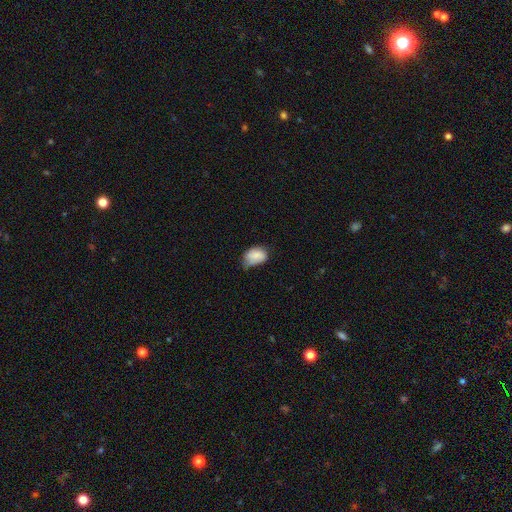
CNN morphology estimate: This appears to be a smooth galaxy with no disk features (83%) that is in between round and cigar-shaped (80%). Merging: minor disturbance (47%).